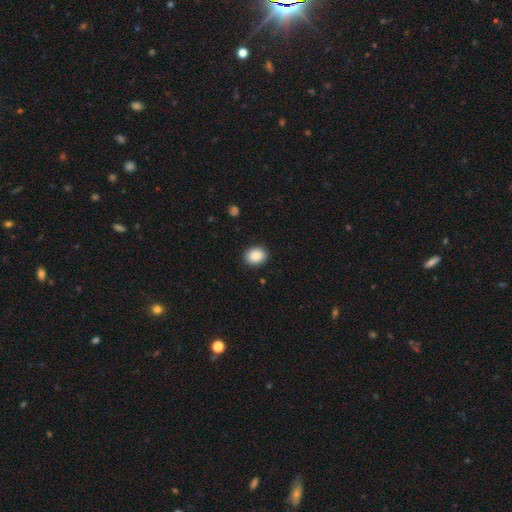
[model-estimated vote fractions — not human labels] Smooth or featured?
  - smooth: 89% *
  - star or artifact: 8%
  - featured or disk: 3%
How rounded?
  - in between: 53% *
  - round: 46%
  - cigar-shaped: 1%
Merging?
  - none: 90% *
  - minor disturbance: 7%
  - major disturbance: 2%
  - merger: 1%